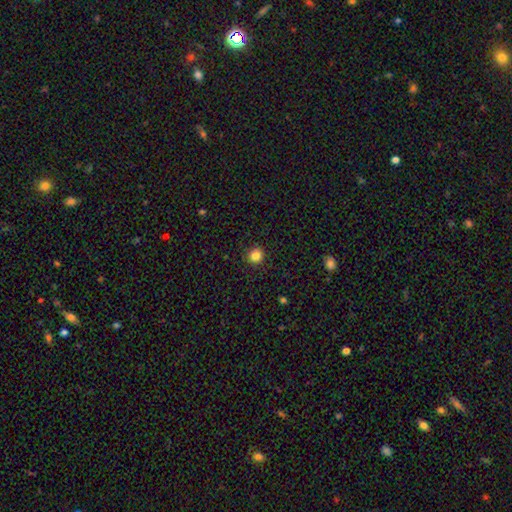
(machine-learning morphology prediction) Overall: smooth (84%). How rounded: round (92%). Merging: none (92%).